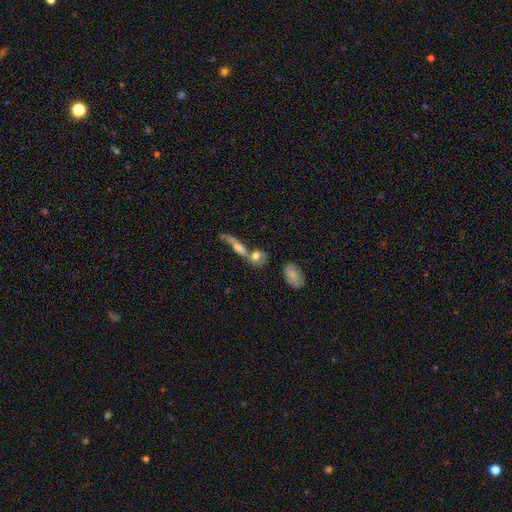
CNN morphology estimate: smooth-or-featured: smooth: 62% | featured or disk: 27% | star or artifact: 10%
  how-rounded: in between: 47% | round: 29% | cigar-shaped: 24%
  merging: merger: 47% | none: 32% | minor disturbance: 11% | major disturbance: 9%